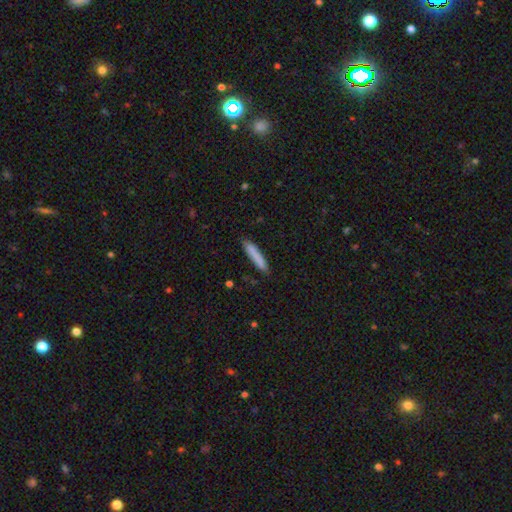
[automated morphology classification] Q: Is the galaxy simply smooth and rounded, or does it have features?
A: smooth — 84%.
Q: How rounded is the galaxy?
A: cigar-shaped — 90%.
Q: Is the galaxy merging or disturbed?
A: none — 86%.